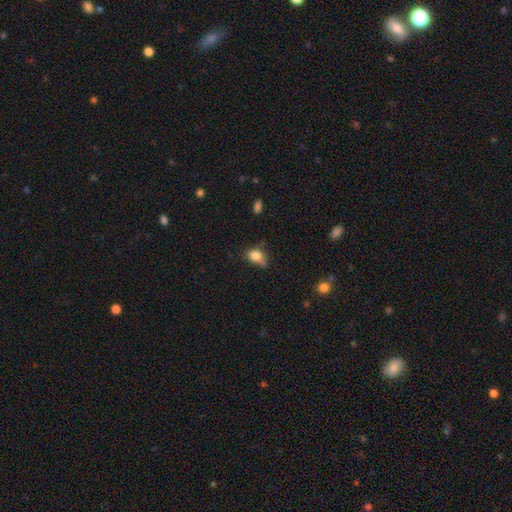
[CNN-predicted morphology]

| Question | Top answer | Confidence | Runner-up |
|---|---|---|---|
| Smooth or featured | smooth | 80% | star or artifact (10%) |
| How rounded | in between | 59% | round (39%) |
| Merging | none | 40% | minor disturbance (39%) |